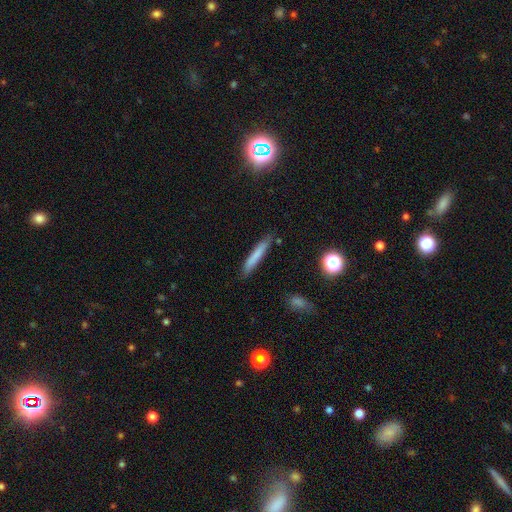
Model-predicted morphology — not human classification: This is likely a smooth galaxy (74%). How rounded: clearly cigar-shaped (93%). Merging: clearly none (85%).